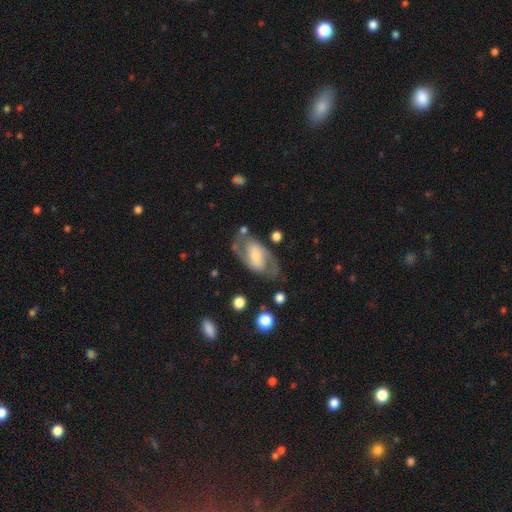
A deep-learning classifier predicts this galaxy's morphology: featured or disk 75%, smooth 20%, star or artifact 6%. Down the decision tree: edge-on disk — no (94%); bar — weak (41%); spiral arms — yes (84%); spiral arm count — 2 (86%); spiral winding — medium (52%); bulge size — moderate (44%); merging — none (70%).